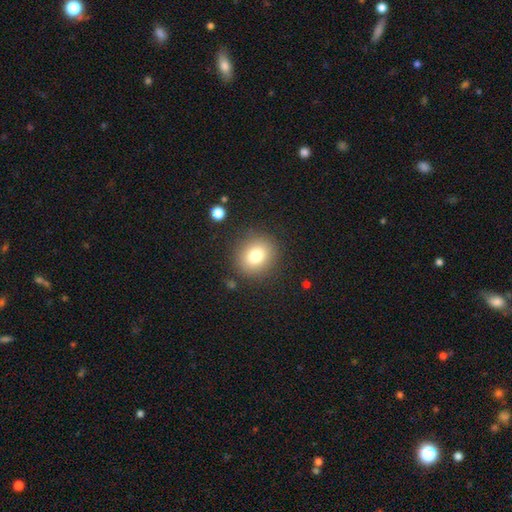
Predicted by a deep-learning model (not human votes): Morphology: type=smooth (79%); roundness=round (79%); merging=none (86%).